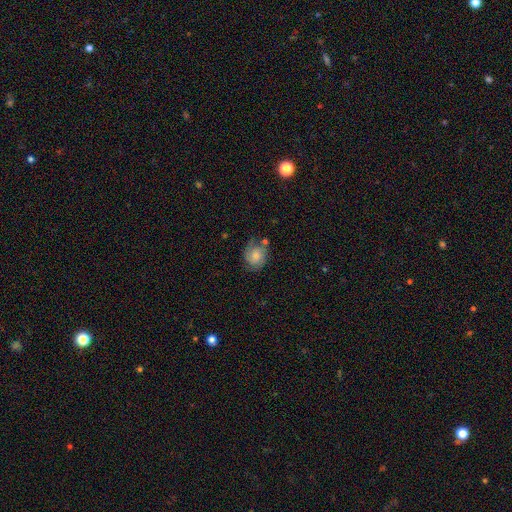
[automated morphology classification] A smooth galaxy with no disk features (51%) that is round (72%). Merging: none (59%).